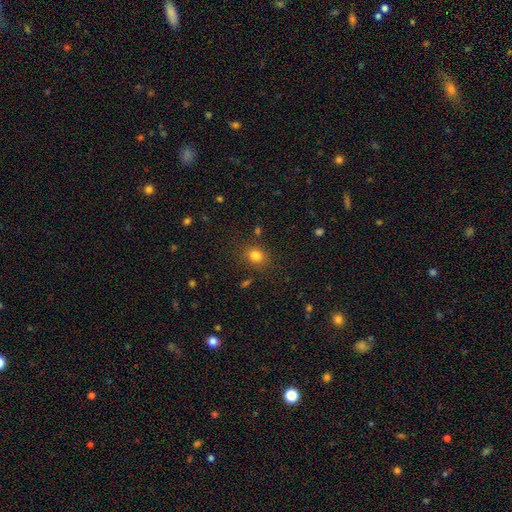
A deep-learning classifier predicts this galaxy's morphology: Smooth or featured? smooth (81%)
How rounded? round (57%)
Merging? none (82%)